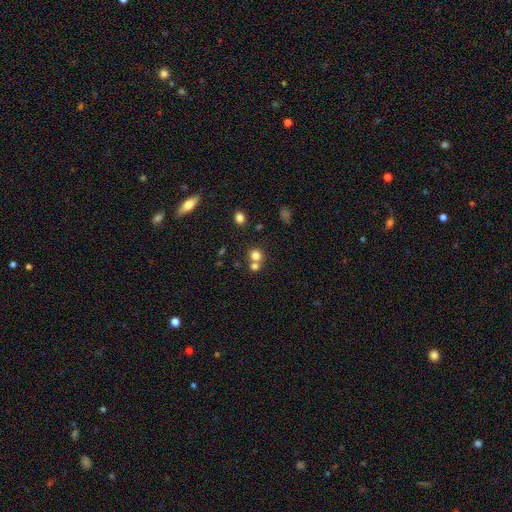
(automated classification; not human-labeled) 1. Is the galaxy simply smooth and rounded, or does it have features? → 76% smooth, 15% star or artifact, 9% featured or disk.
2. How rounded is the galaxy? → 86% round, 13% in between, 1% cigar-shaped.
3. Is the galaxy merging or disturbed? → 51% none, 41% merger, 6% minor disturbance, 3% major disturbance.